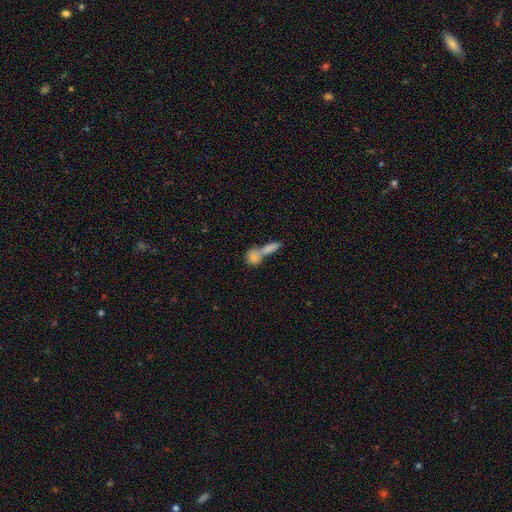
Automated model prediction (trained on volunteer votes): Smooth or featured? smooth (79%)
How rounded? in between (43%)
Merging? merger (64%)